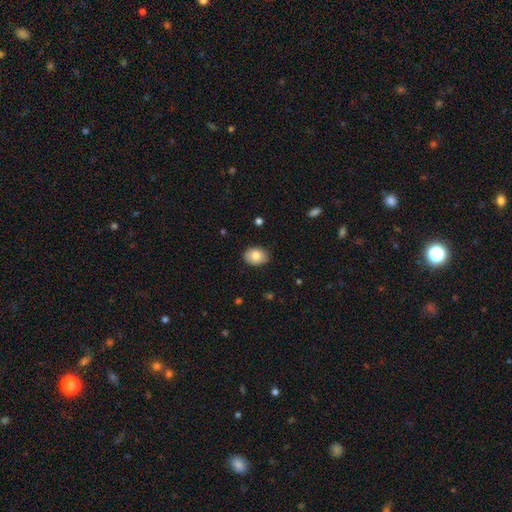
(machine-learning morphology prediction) Smooth or featured? smooth (81%)
How rounded? in between (66%)
Merging? none (87%)